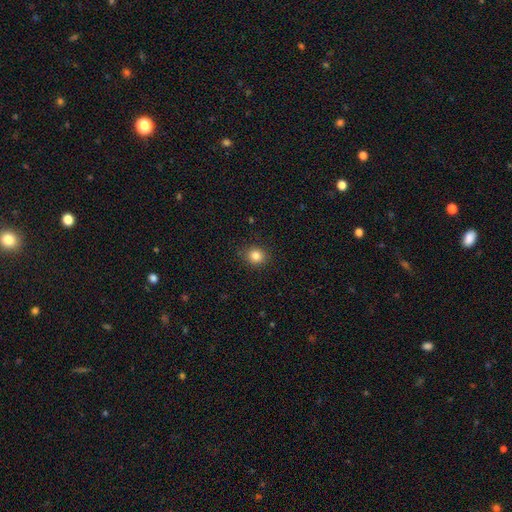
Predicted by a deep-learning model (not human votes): smooth_or_featured: smooth (p=0.84) [alt: star or artifact p=0.11]
how_rounded: round (p=0.80) [alt: in between p=0.19]
merging: none (p=0.89) [alt: minor disturbance p=0.08]